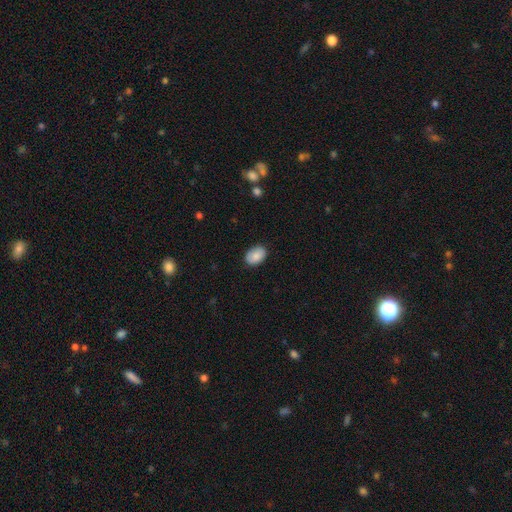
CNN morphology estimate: smooth-or-featured: smooth: 86% | featured or disk: 7% | star or artifact: 7%
  how-rounded: in between: 84% | round: 15% | cigar-shaped: 1%
  merging: none: 85% | minor disturbance: 12% | major disturbance: 2% | merger: 1%